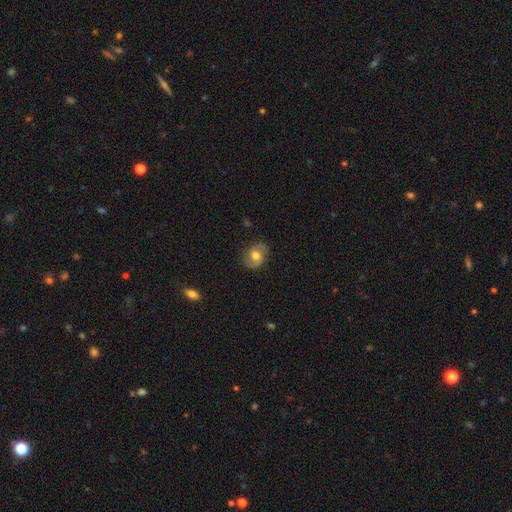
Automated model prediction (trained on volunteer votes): Morphology: type=featured or disk (49%); merging=none (80%).